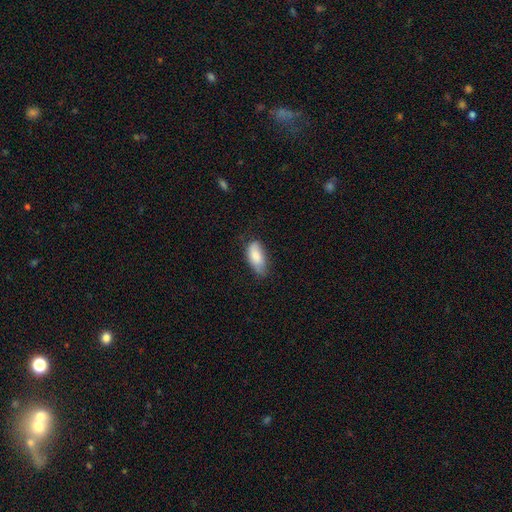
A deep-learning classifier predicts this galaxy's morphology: type=smooth (84%); roundness=in between (89%); merging=none (57%).